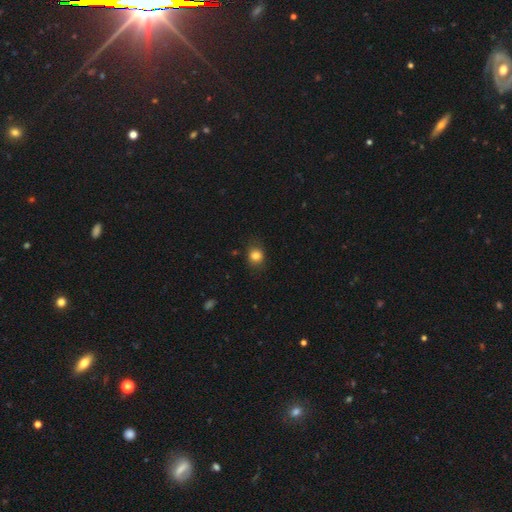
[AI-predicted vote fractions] This appears to be a smooth galaxy with no disk features (82%) that is round (72%). Merging: none (80%).